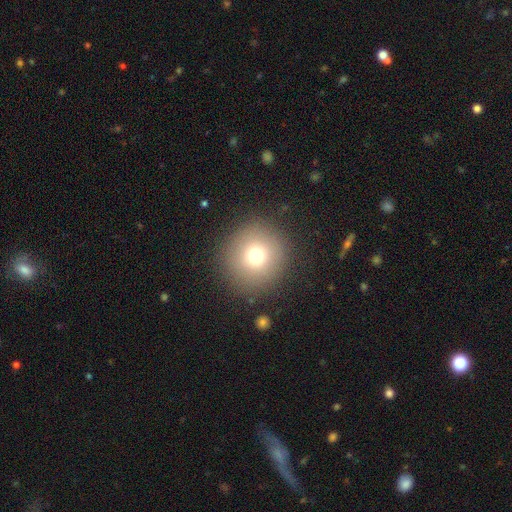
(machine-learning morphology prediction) smooth 72%, star or artifact 16%, featured or disk 12%. Down the decision tree: how rounded — round (94%); merging — none (88%).